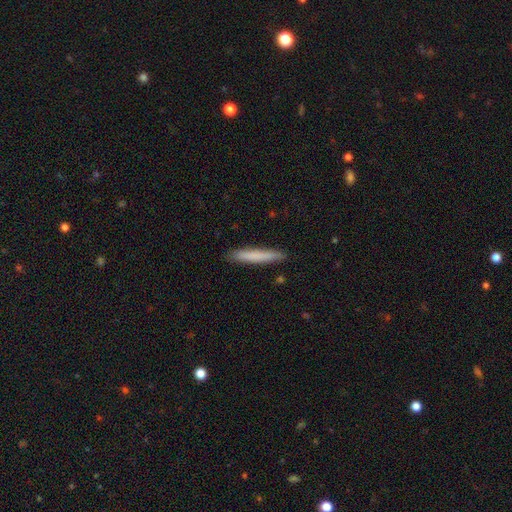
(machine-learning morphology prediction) smooth 77%, featured or disk 17%, star or artifact 6%. Down the decision tree: how rounded — cigar-shaped (95%); merging — none (90%).